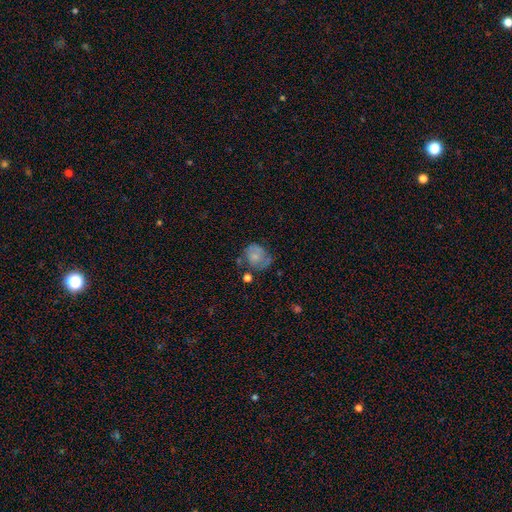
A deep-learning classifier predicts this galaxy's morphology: Q: Smooth or featured?
A: smooth (62%); runner-up: featured or disk (29%)
Q: How rounded?
A: round (63%); runner-up: in between (36%)
Q: Merging?
A: none (42%); runner-up: minor disturbance (31%)